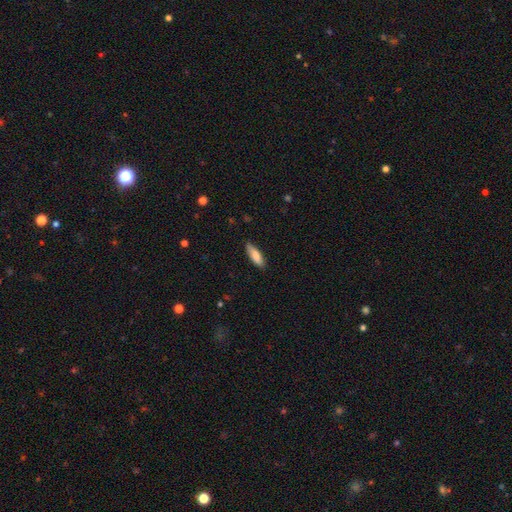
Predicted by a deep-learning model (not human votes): Q: Smooth or featured?
A: smooth (82%); runner-up: featured or disk (12%)
Q: How rounded?
A: in between (50%); runner-up: cigar-shaped (48%)
Q: Merging?
A: none (83%); runner-up: minor disturbance (13%)